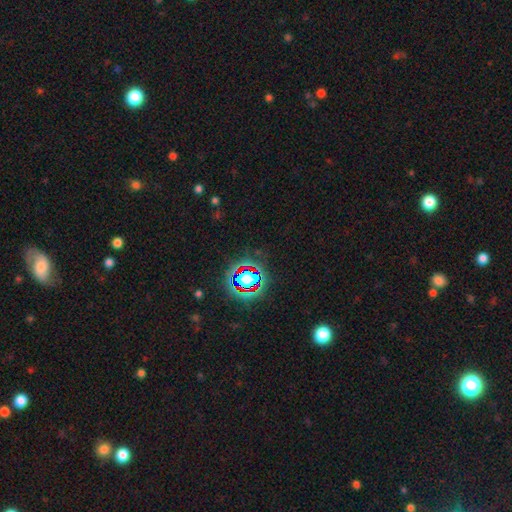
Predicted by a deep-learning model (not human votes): Smooth or featured? star or artifact (80%)